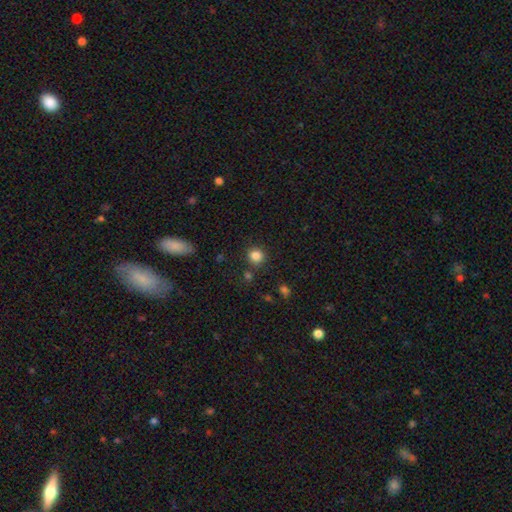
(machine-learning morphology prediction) Q: Smooth or featured?
A: smooth (84%); runner-up: star or artifact (12%)
Q: How rounded?
A: round (88%); runner-up: in between (11%)
Q: Merging?
A: none (82%); runner-up: minor disturbance (9%)